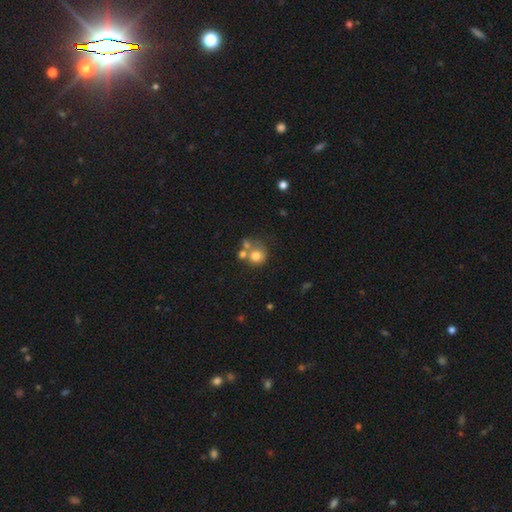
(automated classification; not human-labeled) A smooth galaxy with no disk features (71%) that is round (82%). Merging: merger (41%).